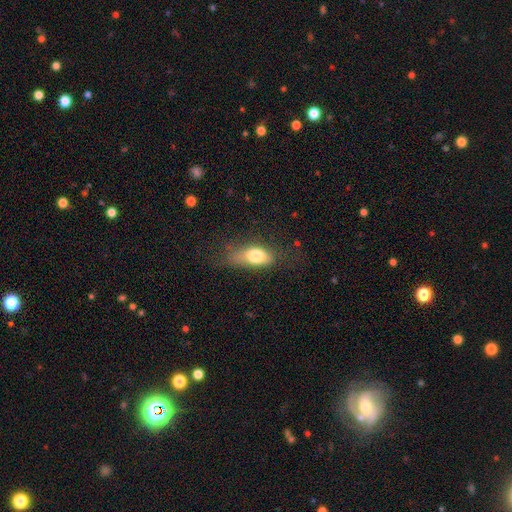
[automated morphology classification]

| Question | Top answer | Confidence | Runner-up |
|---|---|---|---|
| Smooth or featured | smooth | 76% | featured or disk (16%) |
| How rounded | in between | 83% | cigar-shaped (9%) |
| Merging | none | 41% | minor disturbance (32%) |